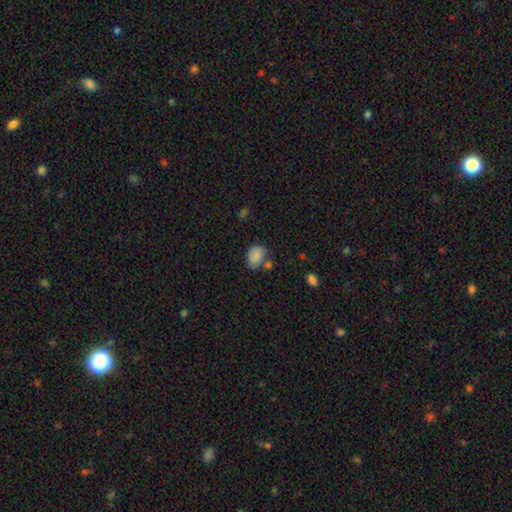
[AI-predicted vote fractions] The model was most divided on "how rounded": in between: 67%, round: 32%, cigar-shaped: 1%. More confident: smooth or featured — smooth (86%); merging — none (62%).